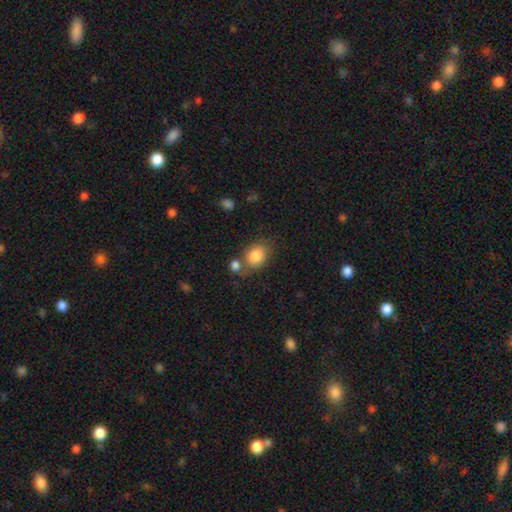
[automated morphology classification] Smooth or featured? smooth (84%)
How rounded? in between (59%)
Merging? none (57%)